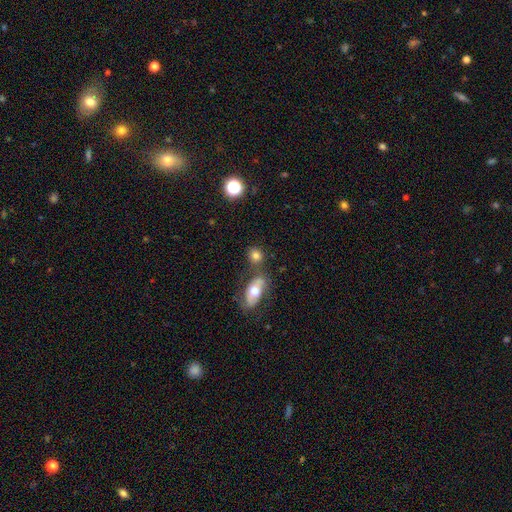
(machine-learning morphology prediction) A smooth galaxy with no disk features (76%) that is round (66%). Merging: none (67%).